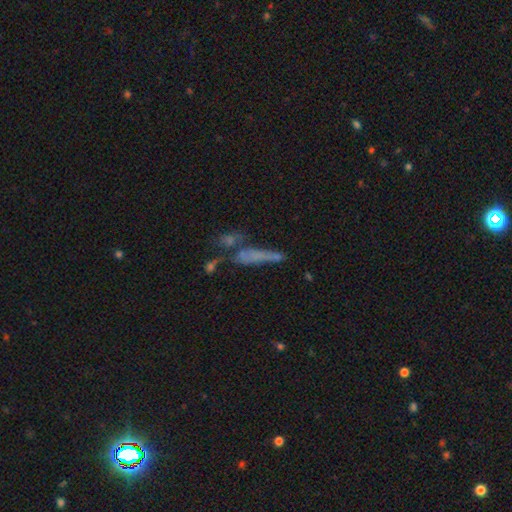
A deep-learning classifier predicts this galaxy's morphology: Smooth or featured: smooth — 45% (featured or disk — 33%)
Merging: none — 41% (merger — 30%)